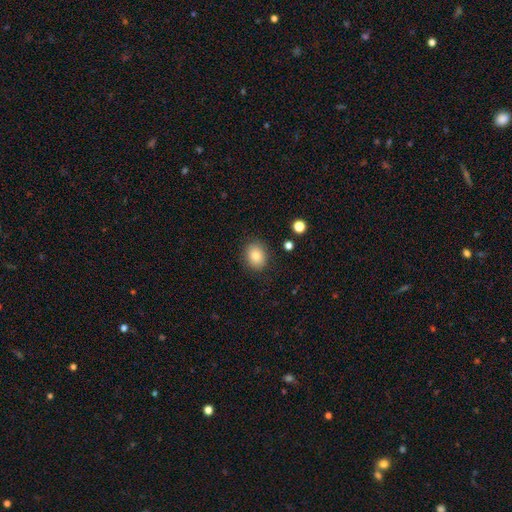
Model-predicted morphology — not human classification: Smooth or featured? Predicted: smooth (p=0.82). How rounded? Predicted: round (p=0.57). Merging? Predicted: none (p=0.86).